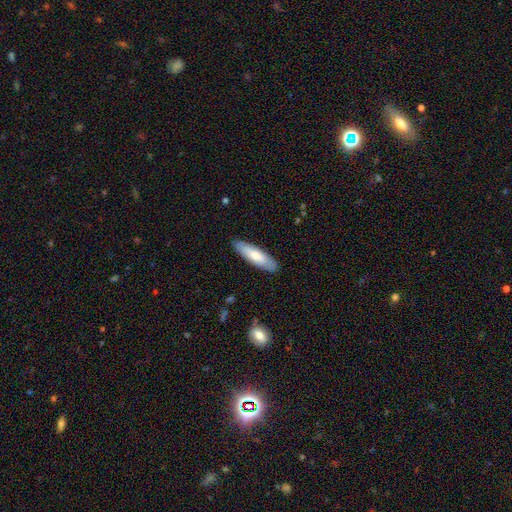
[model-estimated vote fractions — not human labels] Overall: smooth (70%). How rounded: cigar-shaped (54%; in between 45%). Merging: none (87%).